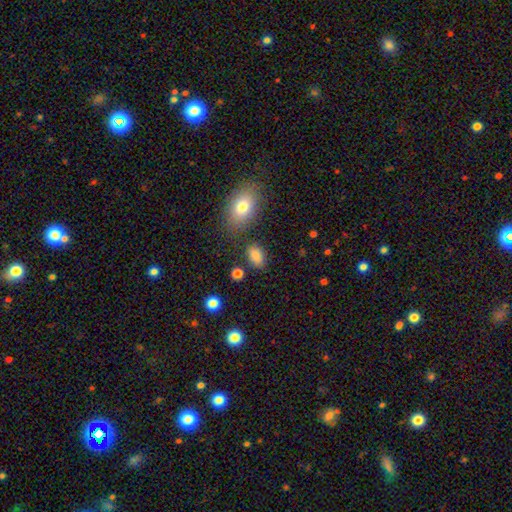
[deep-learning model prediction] The model was most divided on "merging": none: 78%, minor disturbance: 13%, merger: 5%, major disturbance: 4%. More confident: how rounded — in between (89%); smooth or featured — smooth (85%).